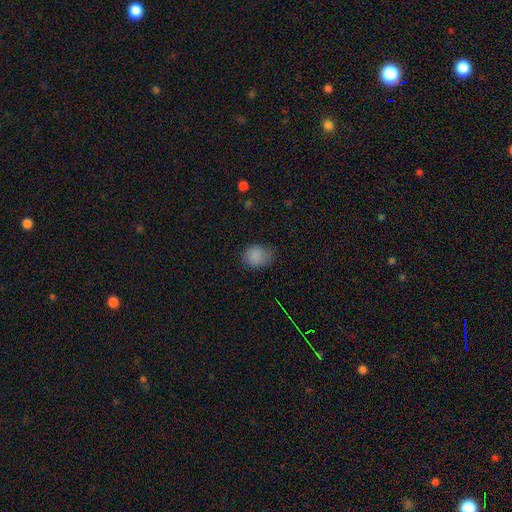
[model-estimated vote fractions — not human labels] Overall: smooth (86%). How rounded: round (54%; in between 45%). Merging: none (67%).